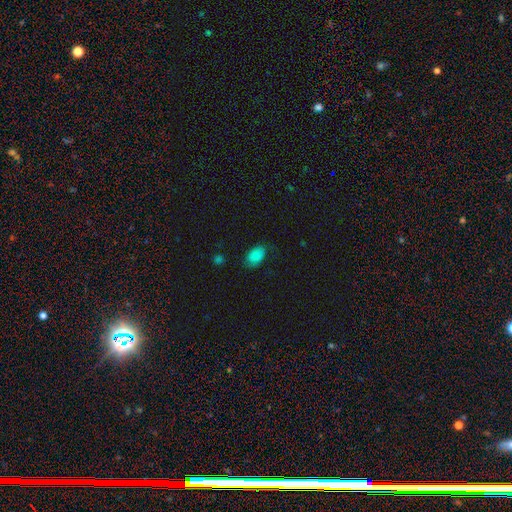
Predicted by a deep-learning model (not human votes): A smooth galaxy with no disk features (84%) that is in between round and cigar-shaped (90%). Merging: none (69%).